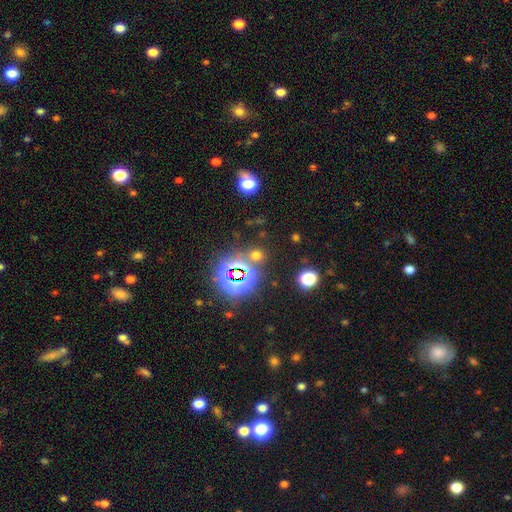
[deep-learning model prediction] Overall: smooth (47%; star or artifact 46%). Merging: none (76%).